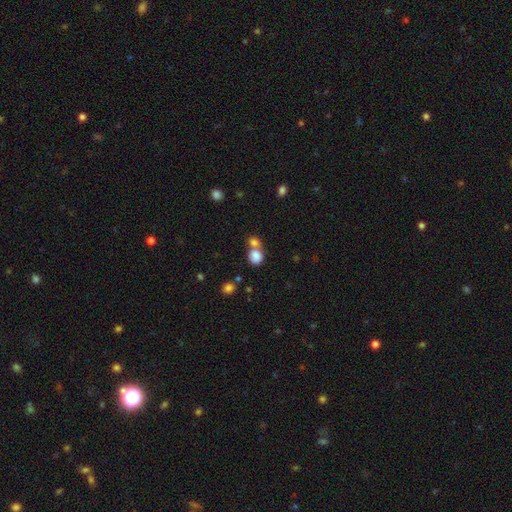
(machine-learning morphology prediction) A smooth galaxy with no disk features (82%) that is round (67%).

Vote fractions:
- Smooth or featured? smooth: 82% / star or artifact: 10% / featured or disk: 8%
- How rounded? round: 67% / in between: 32% / cigar-shaped: 1%
- Merging? merger: 50% / none: 38% / minor disturbance: 8% / major disturbance: 4%